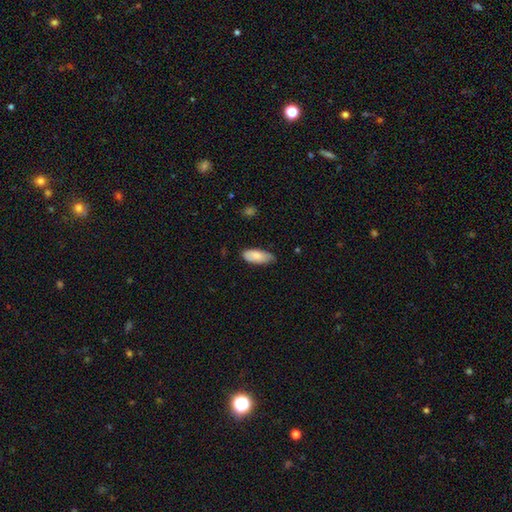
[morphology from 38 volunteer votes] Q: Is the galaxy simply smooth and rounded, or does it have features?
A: smooth — 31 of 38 (82%).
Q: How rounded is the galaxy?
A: in between — 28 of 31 (90%).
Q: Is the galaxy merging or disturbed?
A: none — 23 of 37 (62%).